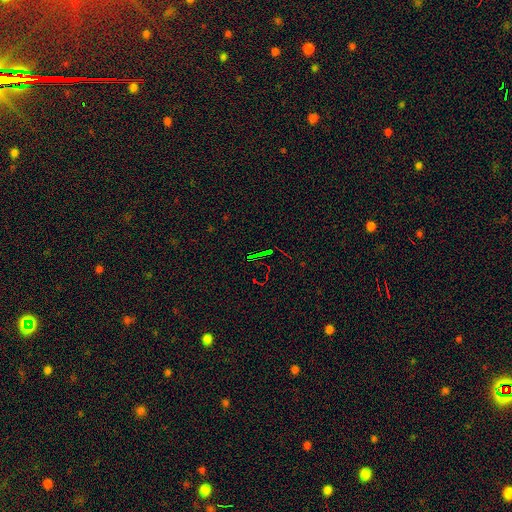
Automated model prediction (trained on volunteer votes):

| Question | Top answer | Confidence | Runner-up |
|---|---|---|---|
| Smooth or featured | star or artifact | 70% | smooth (15%) |